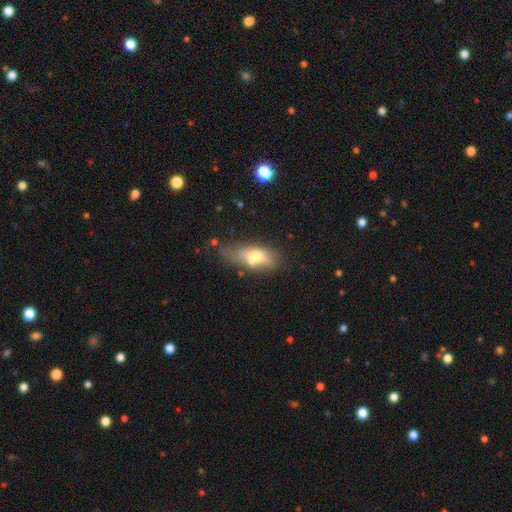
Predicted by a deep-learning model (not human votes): This appears to be a smooth galaxy with no disk features (52%) that is in between round and cigar-shaped (74%). Merging: none (38%).